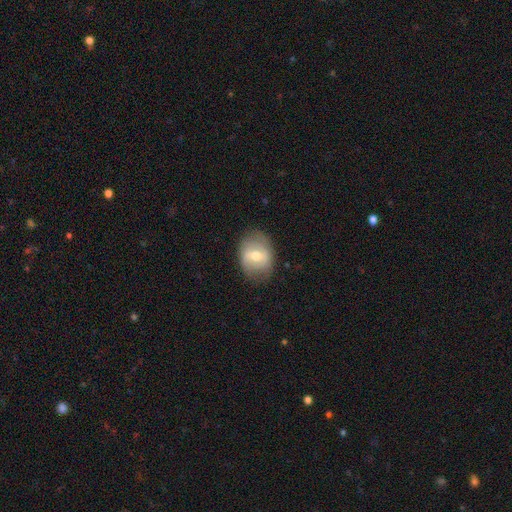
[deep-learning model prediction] smooth-or-featured: featured or disk: 51% | smooth: 42% | star or artifact: 7%
  disk-edge-on: no: 95% | yes: 5%
  merging: none: 73% | minor disturbance: 19% | major disturbance: 7% | merger: 1%